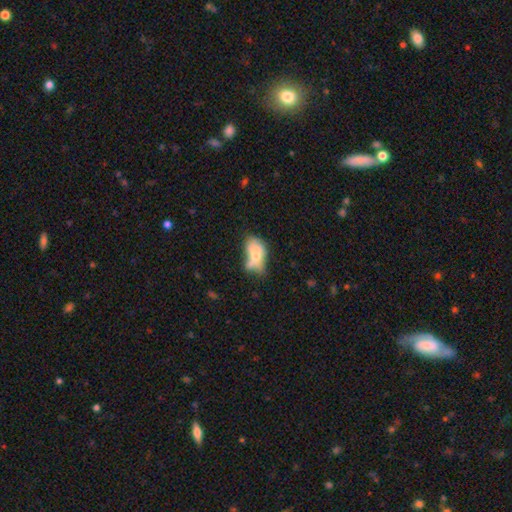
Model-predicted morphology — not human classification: The model was most divided on "merging": merger: 32%, none: 27%, minor disturbance: 25%, major disturbance: 16%. More confident: how rounded — in between (86%); smooth or featured — smooth (60%).